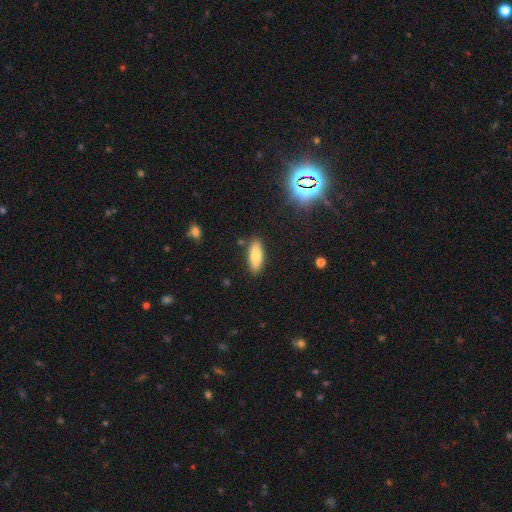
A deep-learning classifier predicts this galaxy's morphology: Smooth or featured? smooth (81%)
How rounded? in between (68%)
Merging? none (86%)